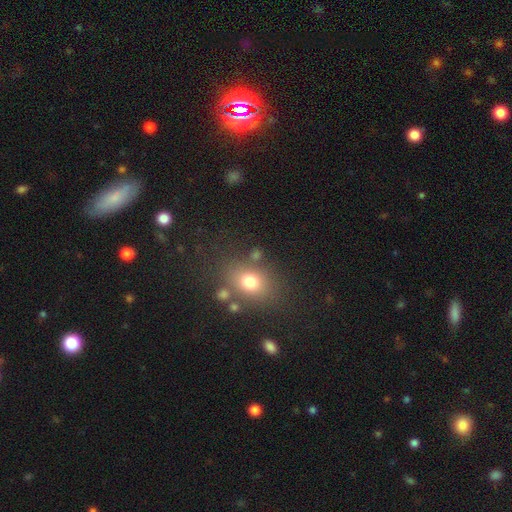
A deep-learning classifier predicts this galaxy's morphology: smooth 73%, star or artifact 16%, featured or disk 11%. Down the decision tree: how rounded — in between (56%); merging — none (75%).